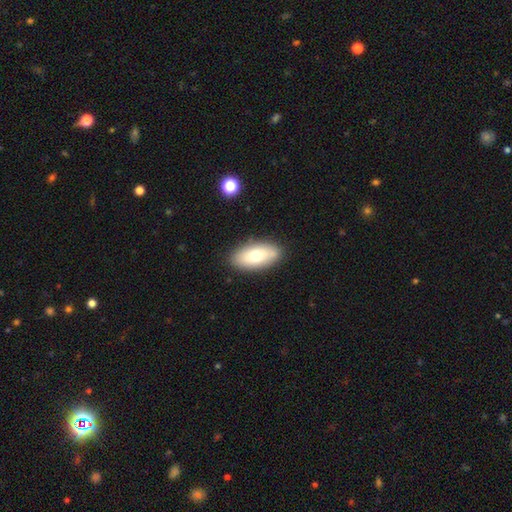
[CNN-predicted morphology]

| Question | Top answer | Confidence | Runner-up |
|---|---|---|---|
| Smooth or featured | smooth | 69% | featured or disk (24%) |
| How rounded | in between | 91% | cigar-shaped (5%) |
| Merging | none | 81% | minor disturbance (12%) |